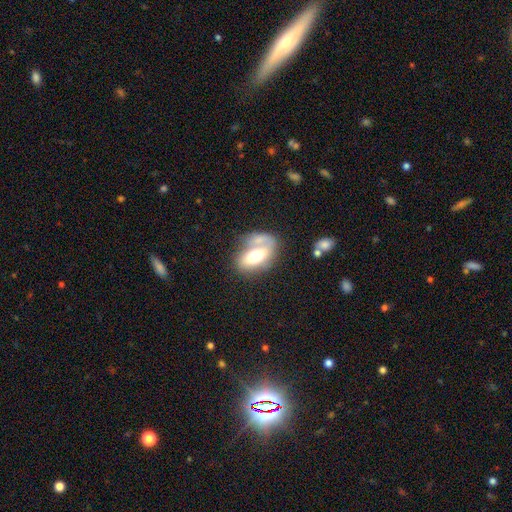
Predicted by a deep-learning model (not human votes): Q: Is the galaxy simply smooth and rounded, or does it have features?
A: smooth — 57%.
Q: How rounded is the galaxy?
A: in between — 87%.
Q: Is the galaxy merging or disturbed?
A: none — 33%.